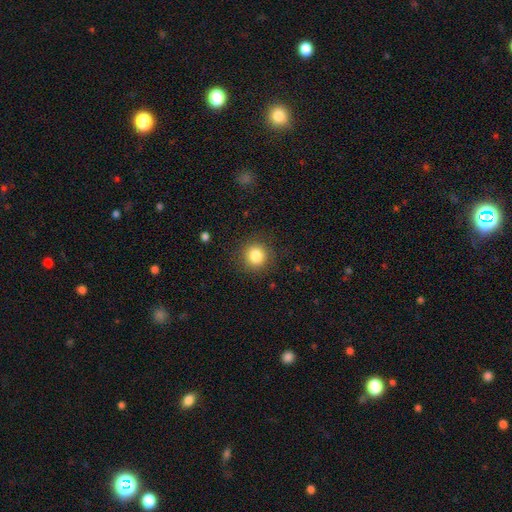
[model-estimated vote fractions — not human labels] Smooth or featured? Predicted: smooth (p=0.83). How rounded? Predicted: round (p=0.92). Merging? Predicted: none (p=0.88).